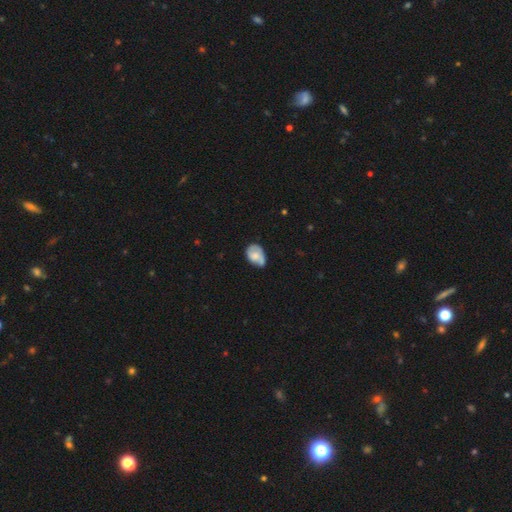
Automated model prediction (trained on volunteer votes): The model was most divided on "merging": minor disturbance: 39%, none: 37%, major disturbance: 15%, merger: 9%. More confident: how rounded — in between (73%); smooth or featured — smooth (56%).